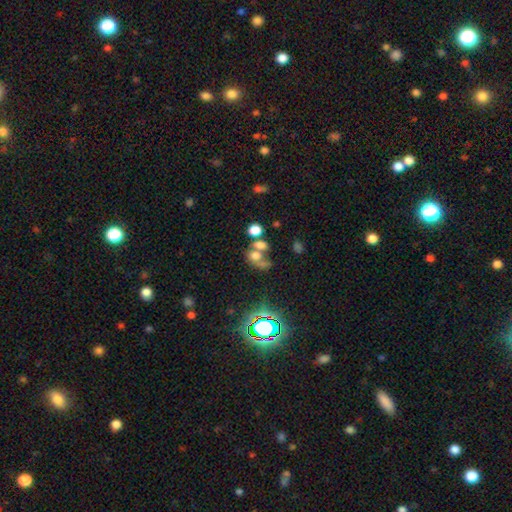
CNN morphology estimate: This is possibly a smooth galaxy (56%). How rounded: possibly in between (60%). Merging: possibly merger (53%).